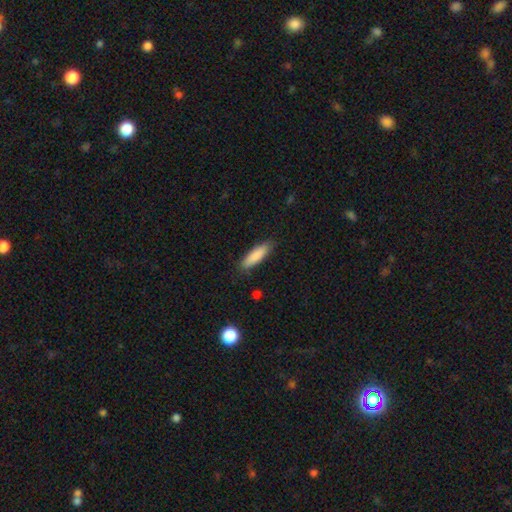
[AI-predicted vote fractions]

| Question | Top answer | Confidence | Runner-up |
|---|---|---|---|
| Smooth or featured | smooth | 87% | featured or disk (8%) |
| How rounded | cigar-shaped | 58% | in between (40%) |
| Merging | none | 86% | minor disturbance (11%) |